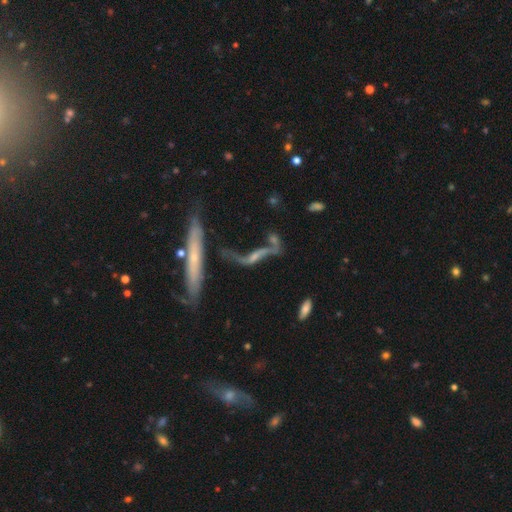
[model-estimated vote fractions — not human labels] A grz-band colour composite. It shows a featured or disk galaxy (67%). Merging: none (42%).